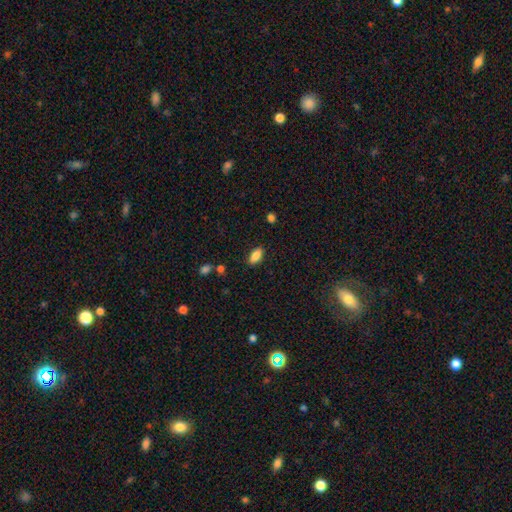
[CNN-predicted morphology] The model was most divided on "merging": none: 86%, minor disturbance: 10%, major disturbance: 2%, merger: 2%. More confident: how rounded — in between (89%); smooth or featured — smooth (87%).